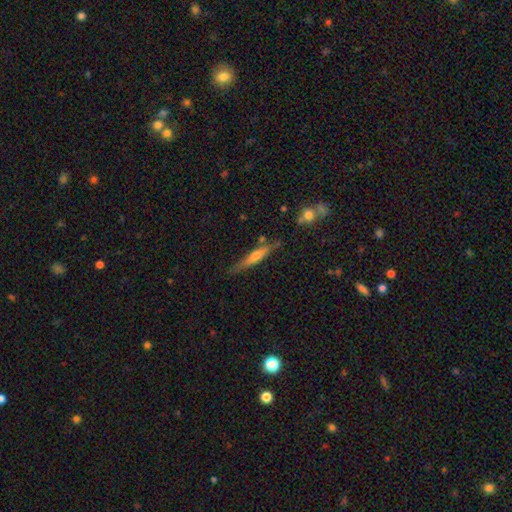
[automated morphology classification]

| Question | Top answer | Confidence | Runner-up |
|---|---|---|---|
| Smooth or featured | featured or disk | 63% | smooth (29%) |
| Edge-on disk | yes | 95% | no (5%) |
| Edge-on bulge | rounded | 79% | none (13%) |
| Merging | none | 80% | minor disturbance (14%) |